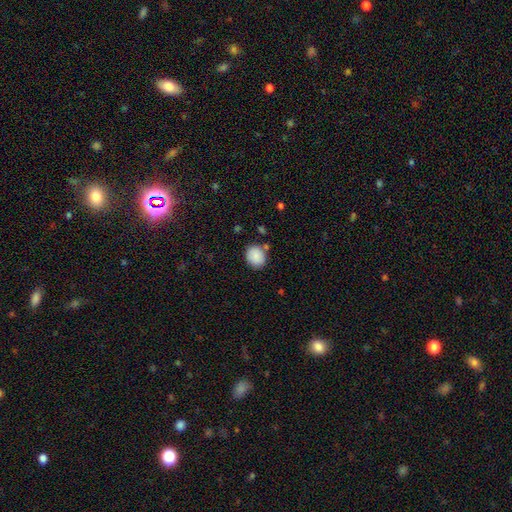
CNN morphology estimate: smooth 88%, star or artifact 8%, featured or disk 5%. Down the decision tree: how rounded — round (63%); merging — none (78%).